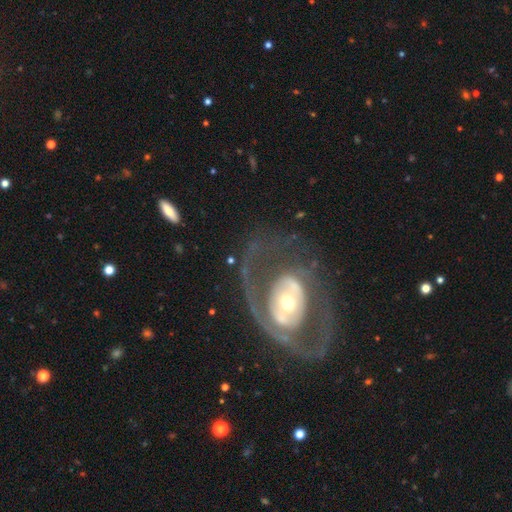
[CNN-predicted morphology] A featured or disk galaxy (80%) with no bar (60%), spiral arms (59%) and a moderate central bulge (49%).

Vote fractions:
- Smooth or featured? featured or disk: 80% / smooth: 13% / star or artifact: 7%
- Edge-on disk? no: 95% / yes: 5%
- Bar? no: 60% / weak: 23% / strong: 17%
- Spiral arms? yes: 59% / no: 41%
- Bulge size? moderate: 49% / small: 35% / large: 12% / dominant: 2% / none: 2%
- Merging? none: 65% / major disturbance: 19% / minor disturbance: 13% / merger: 2%